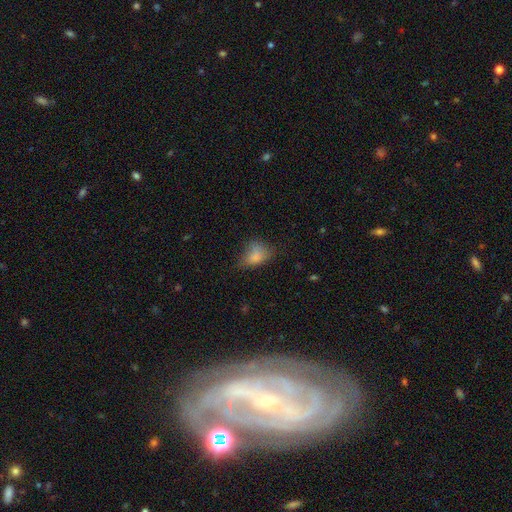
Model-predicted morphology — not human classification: Q: Smooth or featured?
A: smooth (78%); runner-up: featured or disk (12%)
Q: How rounded?
A: in between (78%); runner-up: round (20%)
Q: Merging?
A: none (40%); runner-up: minor disturbance (36%)